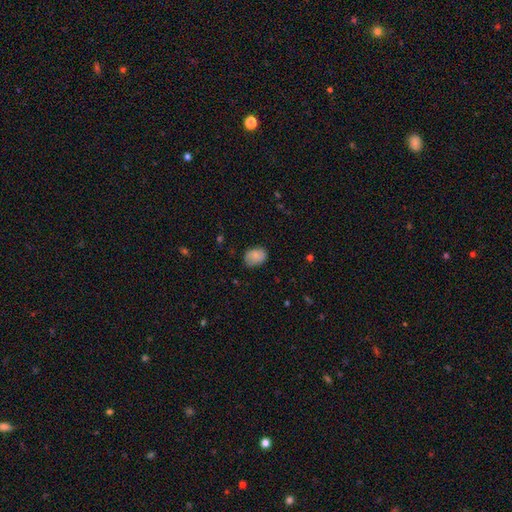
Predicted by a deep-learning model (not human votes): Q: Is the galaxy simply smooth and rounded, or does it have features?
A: smooth — 82%.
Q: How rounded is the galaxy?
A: in between — 72%.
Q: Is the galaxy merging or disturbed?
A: none — 74%.